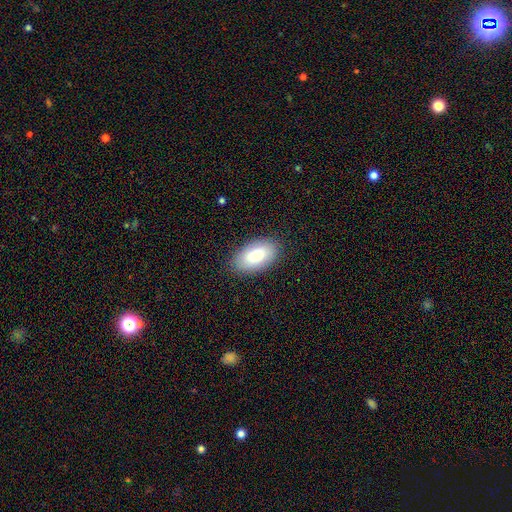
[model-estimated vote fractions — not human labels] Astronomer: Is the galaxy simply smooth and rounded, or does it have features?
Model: smooth — 85%.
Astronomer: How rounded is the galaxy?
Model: in between — 95%.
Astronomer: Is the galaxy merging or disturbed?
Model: none — 85%.